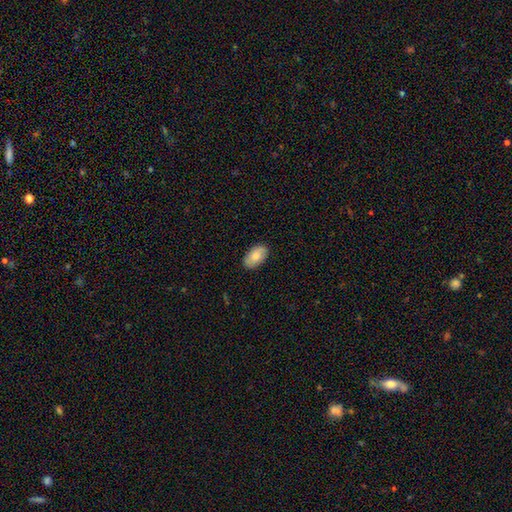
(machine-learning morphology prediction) The model was most divided on "smooth or featured": smooth: 83%, featured or disk: 11%, star or artifact: 6%. More confident: how rounded — in between (94%); merging — none (87%).